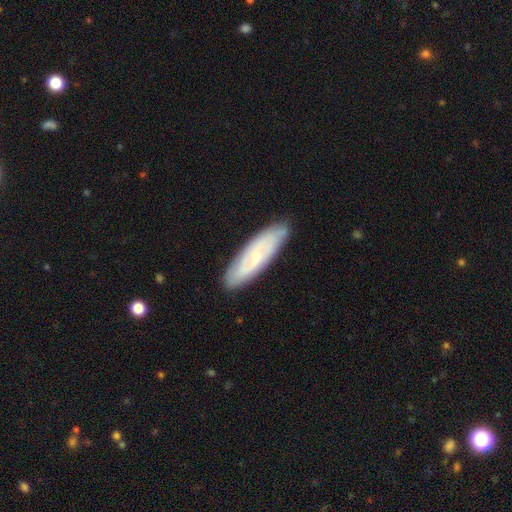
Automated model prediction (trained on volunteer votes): Smooth or featured?
  - featured or disk: 55% *
  - smooth: 39%
  - star or artifact: 6%
Edge-on disk?
  - no: 75% *
  - yes: 25%
Merging?
  - none: 83% *
  - minor disturbance: 13%
  - major disturbance: 2%
  - merger: 1%